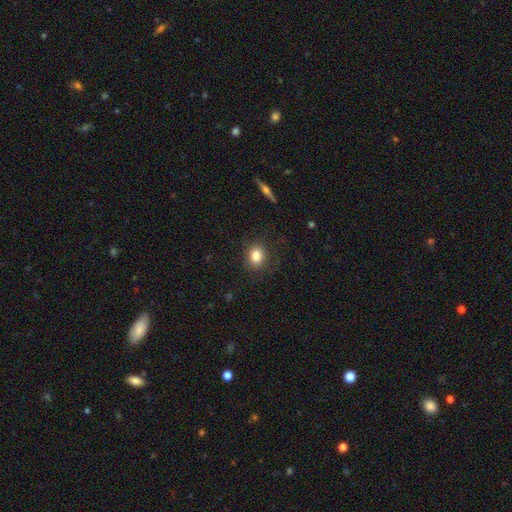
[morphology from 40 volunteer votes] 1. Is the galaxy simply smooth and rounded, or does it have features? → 90% smooth, 8% featured or disk, 2% star or artifact.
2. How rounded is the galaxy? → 69% round, 31% in between, 0% cigar-shaped.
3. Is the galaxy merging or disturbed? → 82% none, 8% minor disturbance, 8% major disturbance, 3% merger.